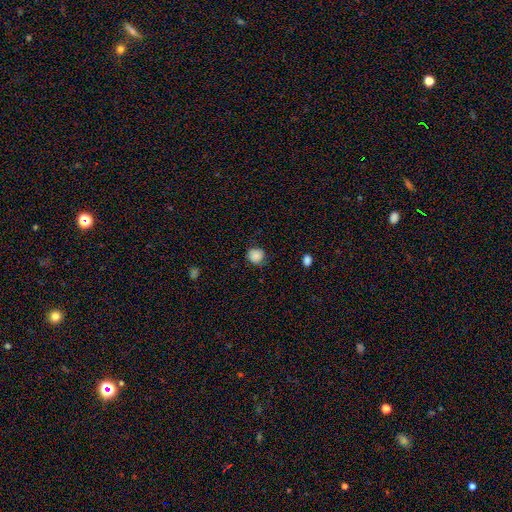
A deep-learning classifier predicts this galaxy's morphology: Smooth or featured? Predicted: smooth (p=0.86). How rounded? Predicted: round (p=0.88). Merging? Predicted: none (p=0.77).